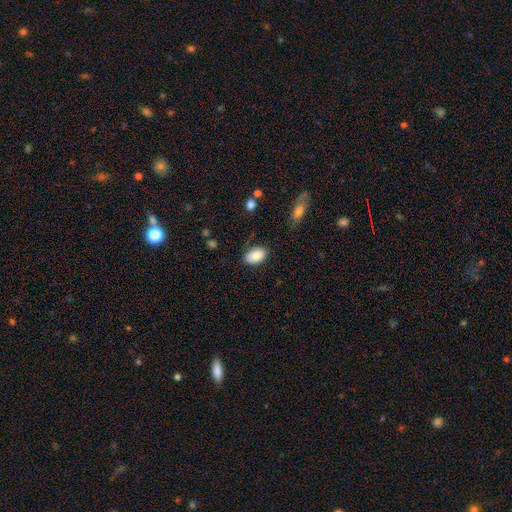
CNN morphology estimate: smooth-or-featured: smooth: 88% | star or artifact: 7% | featured or disk: 5%
  how-rounded: in between: 90% | round: 9% | cigar-shaped: 1%
  merging: none: 80% | minor disturbance: 15% | major disturbance: 4% | merger: 2%